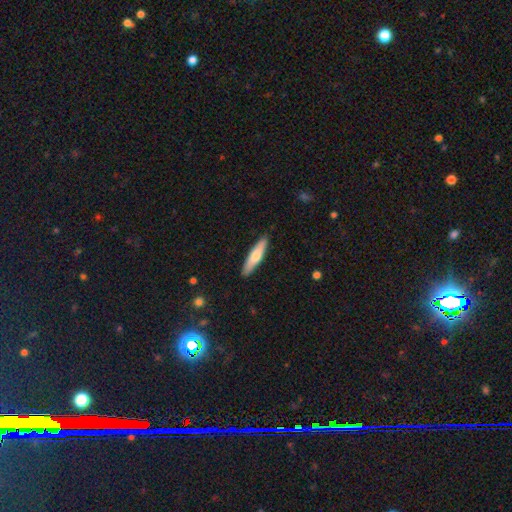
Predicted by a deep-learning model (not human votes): A smooth galaxy with no disk features (64%) that is cigar-shaped (82%).

Vote fractions:
- Smooth or featured? smooth: 64% / featured or disk: 32% / star or artifact: 5%
- How rounded? cigar-shaped: 82% / in between: 17% / round: 1%
- Merging? none: 90% / minor disturbance: 7% / major disturbance: 1% / merger: 1%